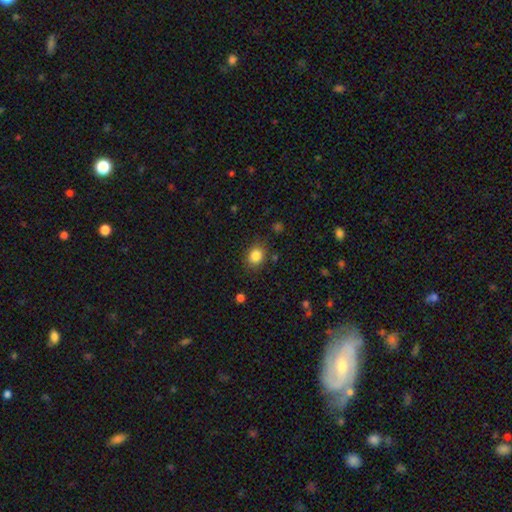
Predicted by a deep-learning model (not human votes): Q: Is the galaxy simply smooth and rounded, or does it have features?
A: smooth — 85%.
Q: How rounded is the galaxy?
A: round — 60%.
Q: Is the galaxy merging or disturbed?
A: none — 82%.